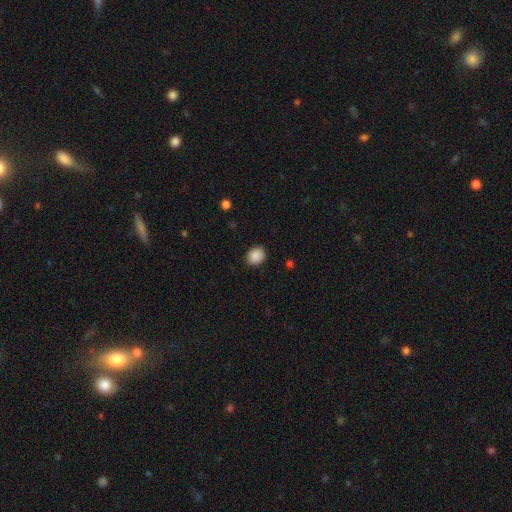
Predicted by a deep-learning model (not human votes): Overall: smooth (88%). How rounded: round (62%; in between 37%). Merging: none (89%).